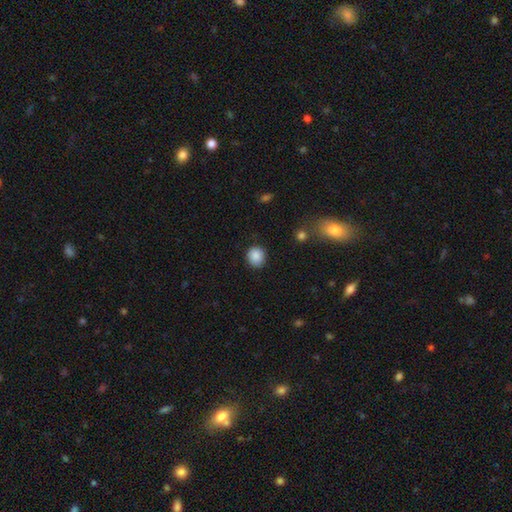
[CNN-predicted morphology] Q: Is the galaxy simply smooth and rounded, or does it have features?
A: smooth — 87%.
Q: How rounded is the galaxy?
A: round — 82%.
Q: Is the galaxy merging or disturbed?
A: none — 86%.